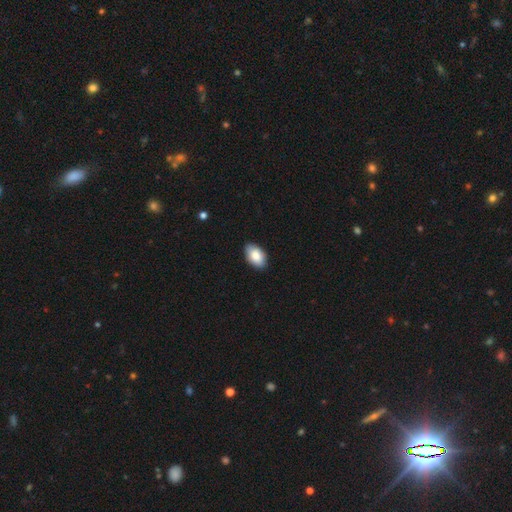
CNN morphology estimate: type=smooth (85%); roundness=in between (93%); merging=none (87%).